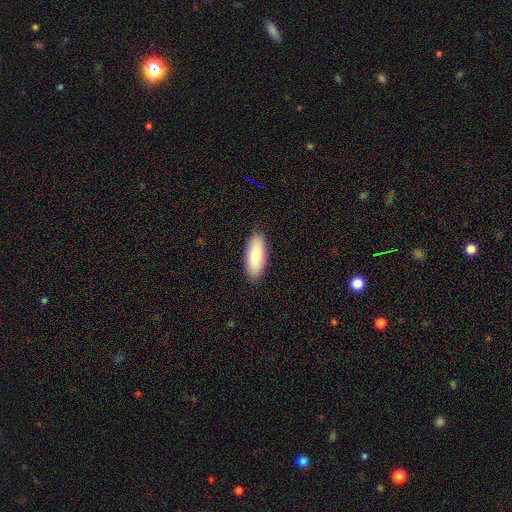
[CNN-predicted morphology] Q: Smooth or featured?
A: smooth (87%); runner-up: featured or disk (8%)
Q: How rounded?
A: in between (79%); runner-up: cigar-shaped (19%)
Q: Merging?
A: none (88%); runner-up: minor disturbance (9%)